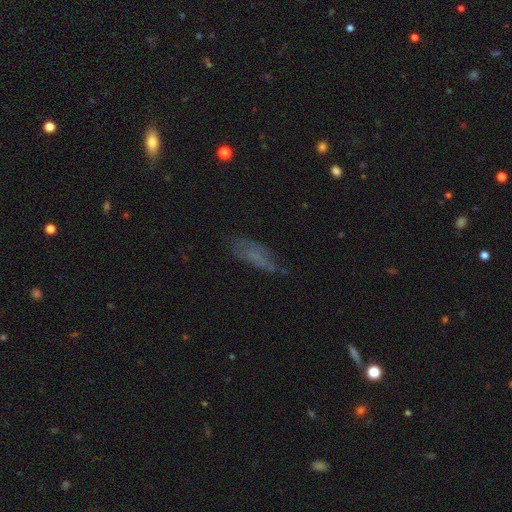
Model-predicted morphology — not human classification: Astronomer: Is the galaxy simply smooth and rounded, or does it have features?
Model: smooth — 51% (runner-up: featured or disk, 33%).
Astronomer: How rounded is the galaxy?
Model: in between — 53% (runner-up: cigar-shaped, 44%).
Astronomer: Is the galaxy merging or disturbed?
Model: none — 51% (runner-up: minor disturbance, 27%).